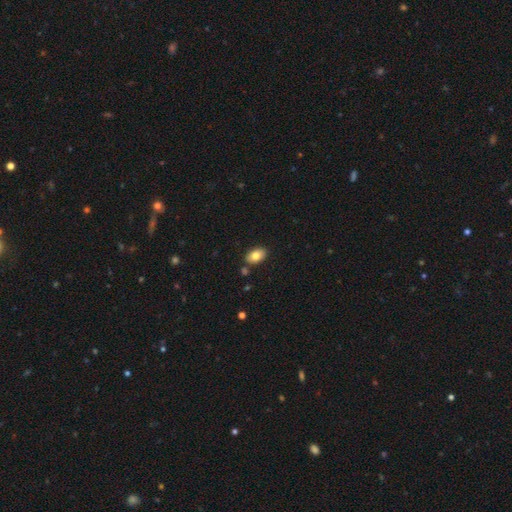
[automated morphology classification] Smooth or featured? Predicted: smooth (p=0.80). How rounded? Predicted: in between (p=0.91). Merging? Predicted: none (p=0.83).